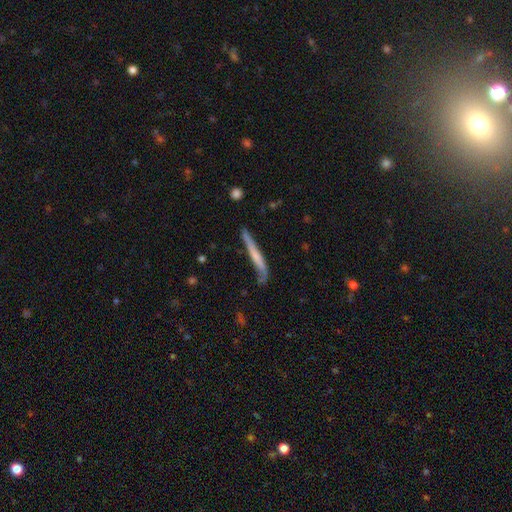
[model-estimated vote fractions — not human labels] Overall: smooth (51%; featured or disk 44%). How rounded: cigar-shaped (95%). Merging: none (64%; minor disturbance 25%).